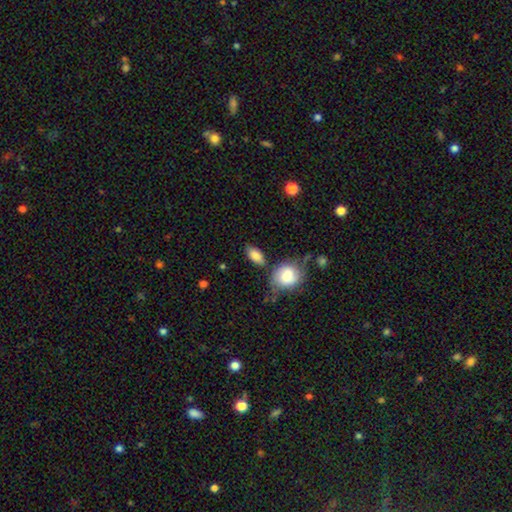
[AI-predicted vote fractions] Smooth or featured? smooth (85%)
How rounded? in between (88%)
Merging? none (70%)